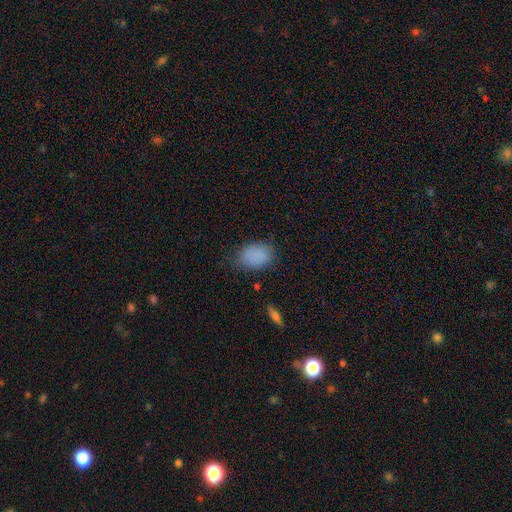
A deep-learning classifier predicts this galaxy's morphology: This appears to be a smooth galaxy with no disk features (87%) that is in between round and cigar-shaped (77%). Merging: none (74%).